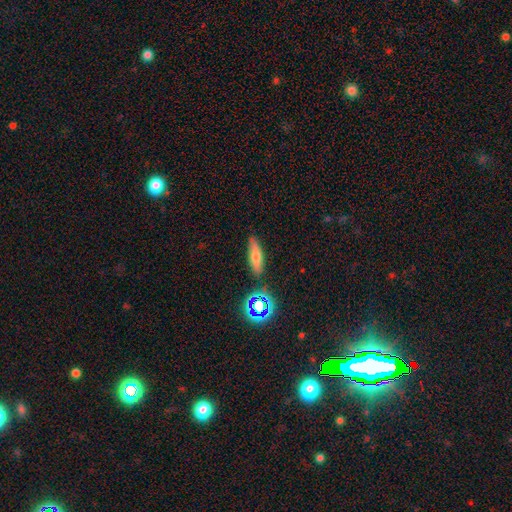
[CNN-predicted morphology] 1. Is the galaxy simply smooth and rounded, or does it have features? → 63% smooth, 24% featured or disk, 14% star or artifact.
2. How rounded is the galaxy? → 57% cigar-shaped, 39% in between, 5% round.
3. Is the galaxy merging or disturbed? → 82% none, 12% minor disturbance, 3% merger, 3% major disturbance.